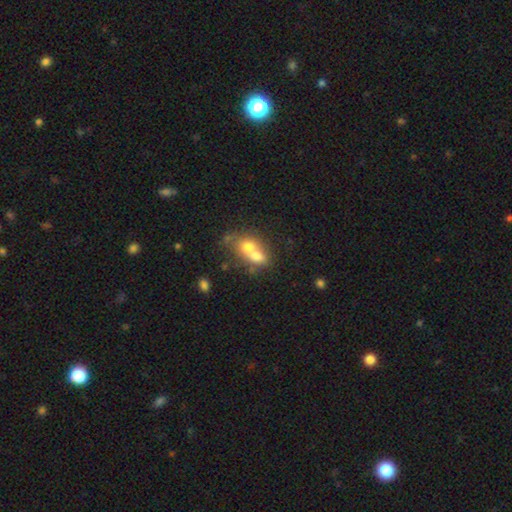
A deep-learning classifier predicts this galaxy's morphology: smooth-or-featured: smooth: 67% | featured or disk: 23% | star or artifact: 10%
  how-rounded: in between: 58% | round: 40% | cigar-shaped: 2%
  merging: merger: 71% | none: 19% | minor disturbance: 6% | major disturbance: 4%